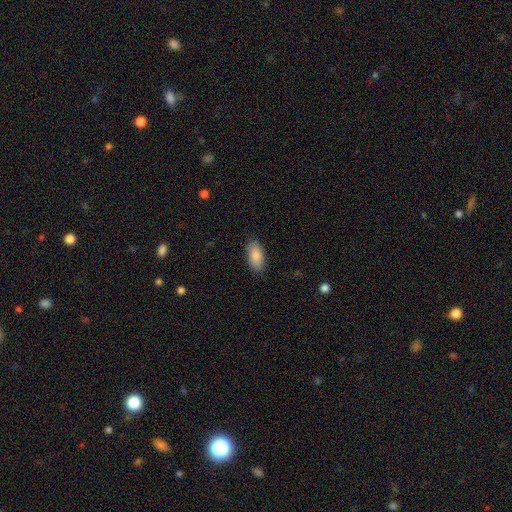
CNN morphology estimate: smooth-or-featured: smooth: 87% | featured or disk: 6% | star or artifact: 6%
  how-rounded: in between: 92% | cigar-shaped: 6% | round: 2%
  merging: none: 87% | minor disturbance: 10% | major disturbance: 2% | merger: 1%